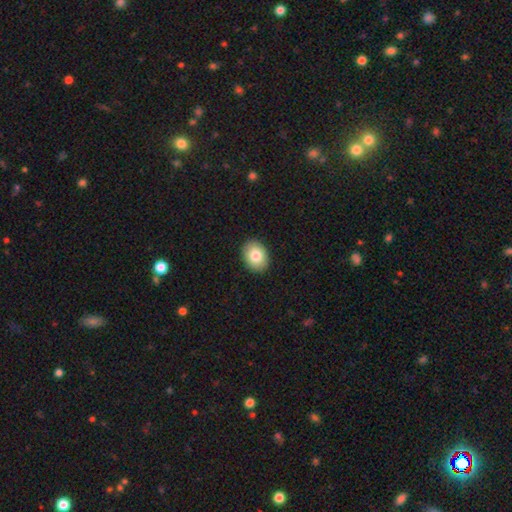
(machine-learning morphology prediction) Smooth or featured? Predicted: smooth (p=0.82). How rounded? Predicted: in between (p=0.68). Merging? Predicted: none (p=0.91).